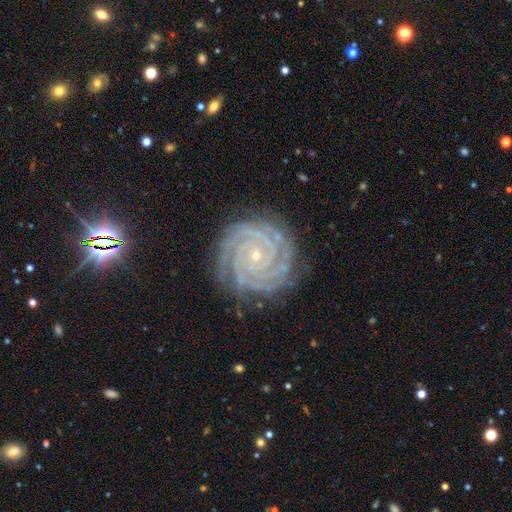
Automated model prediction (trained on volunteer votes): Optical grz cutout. It shows a featured or disk galaxy (92%) with no bar (76%), 4 (26%, tied with 3) tight (90%) spiral arms (99%) and a small central bulge (86%). Merging: none (84%).